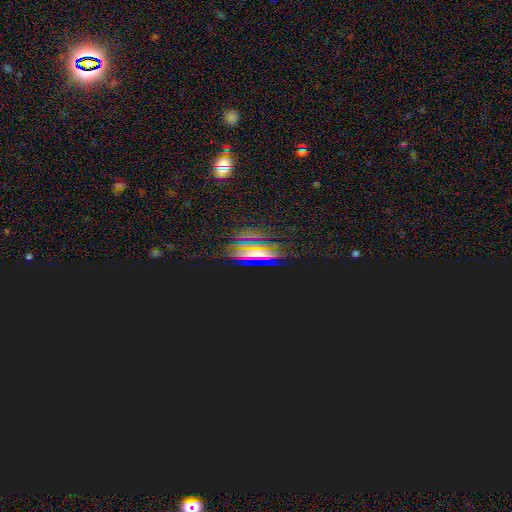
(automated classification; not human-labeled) Smooth or featured?
  - star or artifact: 57% *
  - featured or disk: 24%
  - smooth: 19%